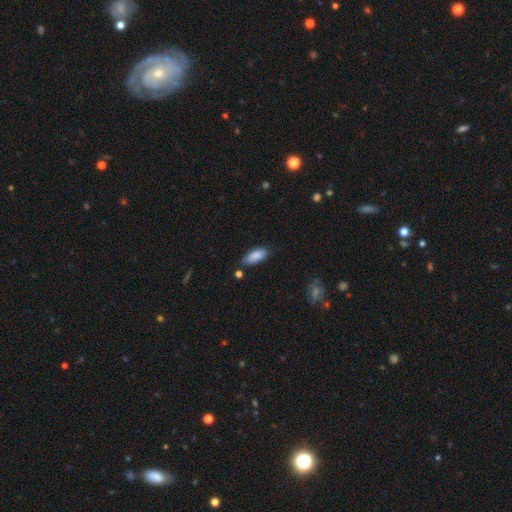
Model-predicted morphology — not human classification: smooth_or_featured: smooth (p=0.86) [alt: featured or disk p=0.07]
how_rounded: in between (p=0.76) [alt: cigar-shaped p=0.22]
merging: none (p=0.73) [alt: minor disturbance p=0.19]